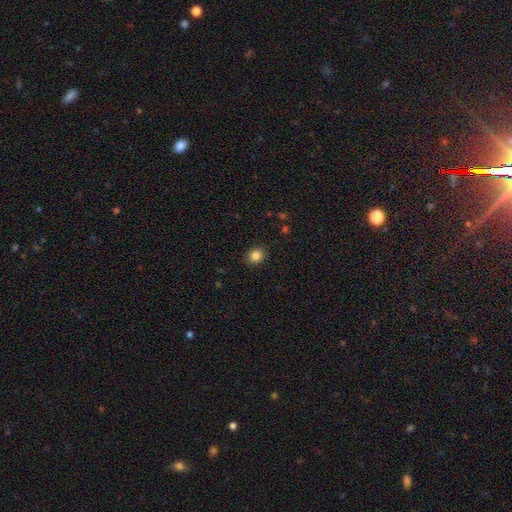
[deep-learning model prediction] Smooth or featured?
  - smooth: 85% *
  - star or artifact: 10%
  - featured or disk: 5%
How rounded?
  - round: 68% *
  - in between: 31%
  - cigar-shaped: 1%
Merging?
  - none: 90% *
  - minor disturbance: 7%
  - major disturbance: 2%
  - merger: 1%